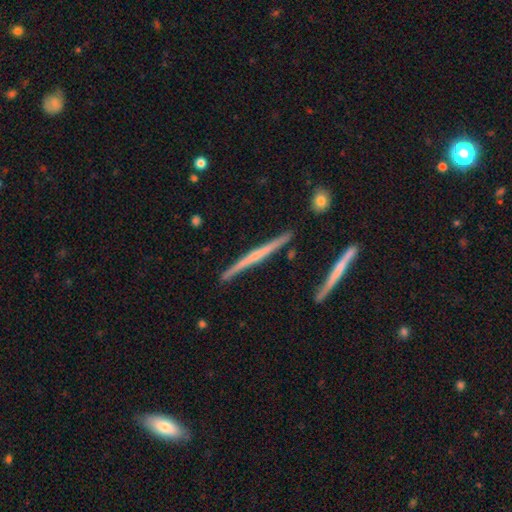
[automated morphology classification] smooth_or_featured: featured or disk (p=0.74) [alt: smooth p=0.20]
disk_edge_on: yes (p=0.98) [alt: no p=0.02]
edge_on_bulge: rounded (p=0.48) [alt: none p=0.44]
merging: none (p=0.87) [alt: minor disturbance p=0.09]